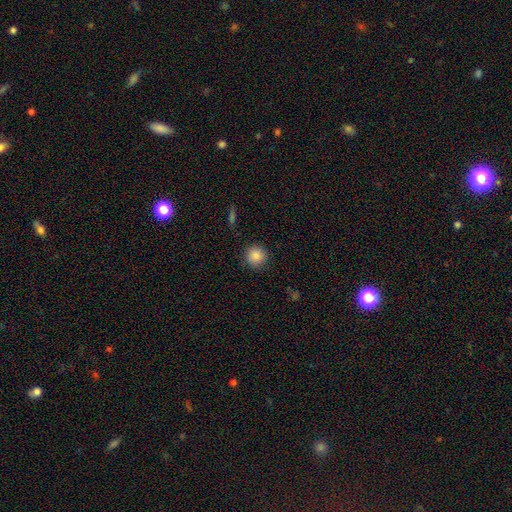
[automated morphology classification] Smooth or featured? Predicted: smooth (p=0.87). How rounded? Predicted: round (p=0.94). Merging? Predicted: none (p=0.89).